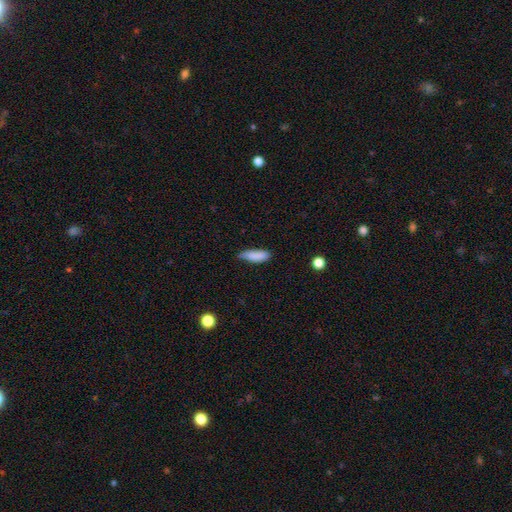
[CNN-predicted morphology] This appears to be a smooth galaxy with no disk features (86%) that is in between round and cigar-shaped (61%). Merging: none (54%).